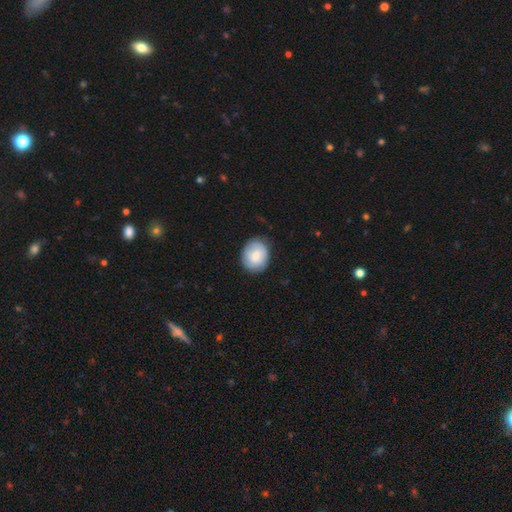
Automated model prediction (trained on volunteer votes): Morphology: type=smooth (70%); roundness=round (57%); merging=none (79%).